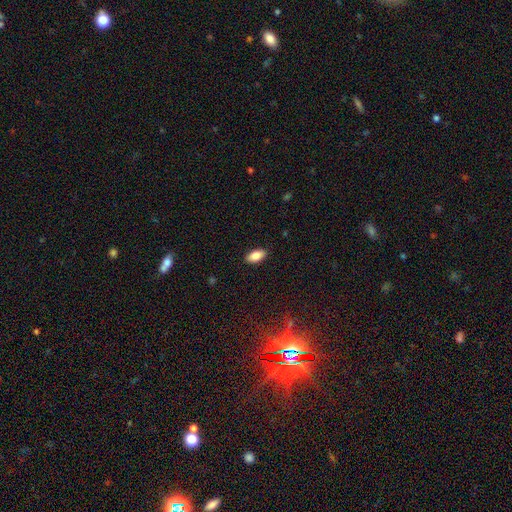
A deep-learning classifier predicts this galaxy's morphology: A smooth galaxy with no disk features (85%) that is in between round and cigar-shaped (92%).

Vote fractions:
- Smooth or featured? smooth: 85% / featured or disk: 8% / star or artifact: 7%
- How rounded? in between: 92% / cigar-shaped: 6% / round: 3%
- Merging? none: 89% / minor disturbance: 8% / major disturbance: 2% / merger: 1%